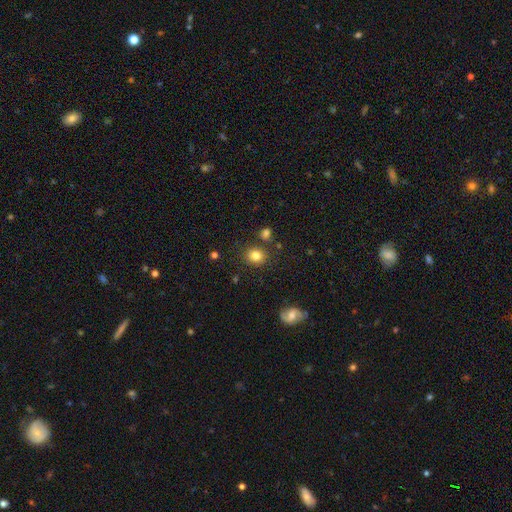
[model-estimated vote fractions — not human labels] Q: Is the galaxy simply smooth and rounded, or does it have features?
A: smooth — 83%.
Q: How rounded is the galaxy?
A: round — 73%.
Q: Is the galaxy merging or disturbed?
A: none — 83%.